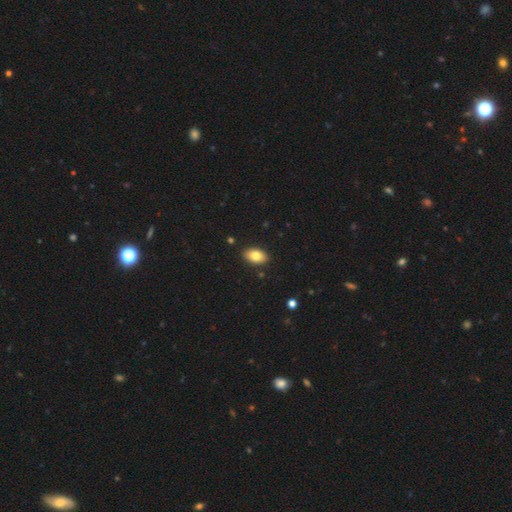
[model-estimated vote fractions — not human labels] Smooth or featured? Predicted: smooth (p=0.81). How rounded? Predicted: in between (p=0.92). Merging? Predicted: none (p=0.89).